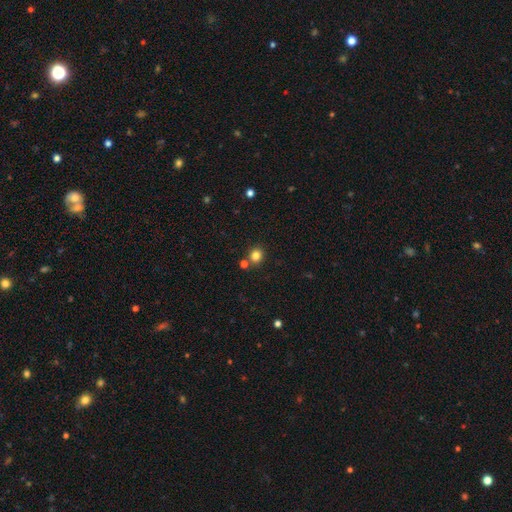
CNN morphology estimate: Smooth or featured? Predicted: smooth (p=0.82). How rounded? Predicted: round (p=0.79). Merging? Predicted: none (p=0.78).